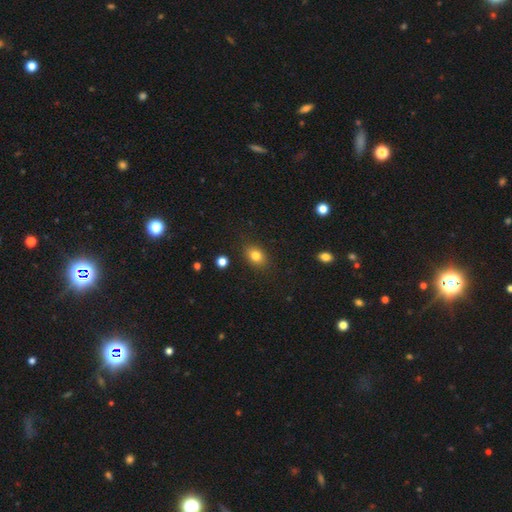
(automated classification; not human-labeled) The model was most divided on "how rounded": in between: 67%, round: 31%, cigar-shaped: 1%. More confident: merging — none (85%); smooth or featured — smooth (81%).